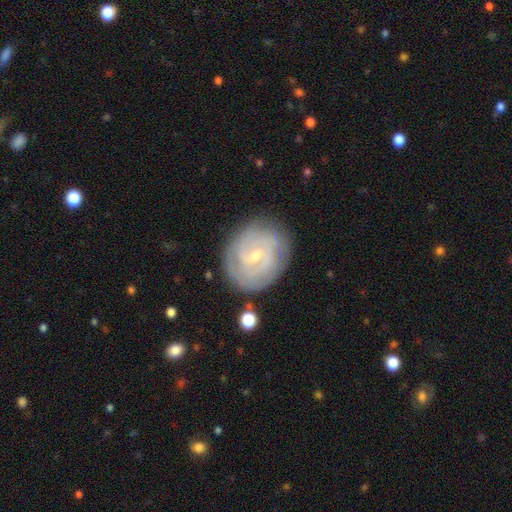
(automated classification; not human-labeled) Q: Smooth or featured?
A: featured or disk (79%); runner-up: smooth (15%)
Q: Edge-on disk?
A: no (97%); runner-up: yes (3%)
Q: Bar?
A: no (45%); tied with: weak (45%)
Q: Spiral arms?
A: yes (91%); runner-up: no (9%)
Q: Spiral winding?
A: tight (72%); runner-up: medium (23%)
Q: Spiral arm count?
A: can't tell (38%); runner-up: 2 (28%)
Q: Bulge size?
A: small (71%); runner-up: moderate (26%)
Q: Merging?
A: none (80%); runner-up: minor disturbance (14%)